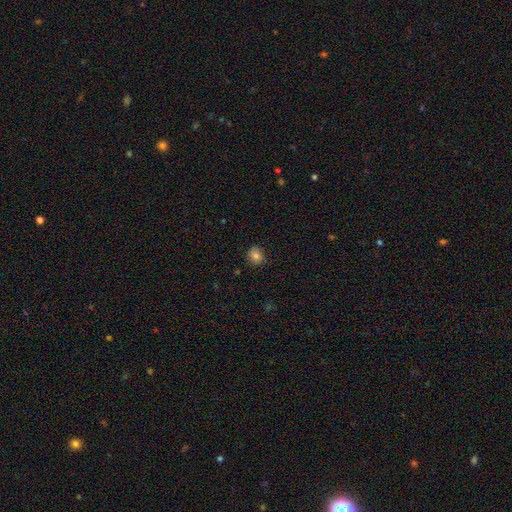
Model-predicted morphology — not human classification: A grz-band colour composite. It shows a smooth galaxy with no disk features (80%) that is round (77%). Merging: none (84%).